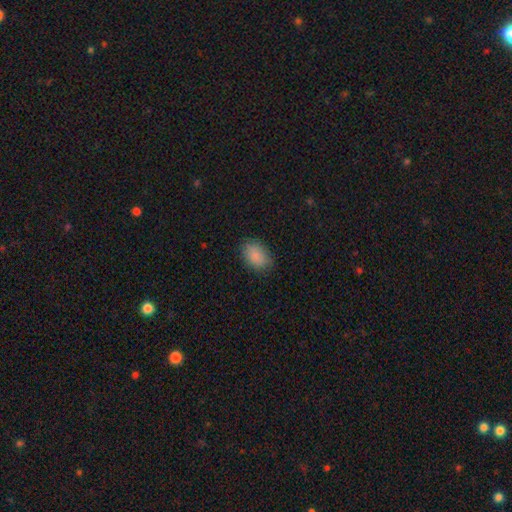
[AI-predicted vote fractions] smooth-or-featured: smooth: 88% | star or artifact: 8% | featured or disk: 5%
  how-rounded: in between: 84% | round: 15% | cigar-shaped: 1%
  merging: none: 83% | minor disturbance: 13% | major disturbance: 3% | merger: 1%